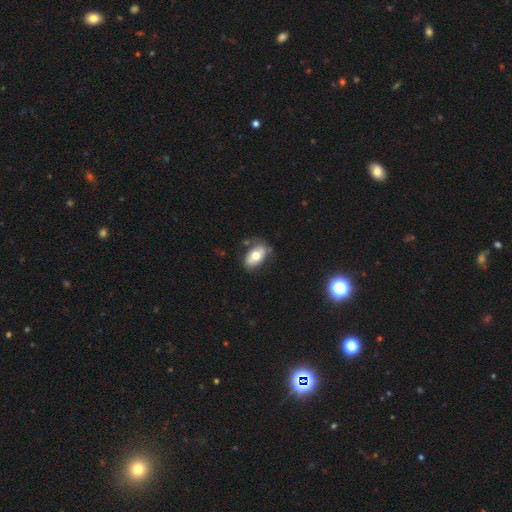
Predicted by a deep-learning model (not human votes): smooth_or_featured: smooth (p=0.66) [alt: featured or disk p=0.28]
how_rounded: in between (p=0.92) [alt: round p=0.07]
merging: none (p=0.67) [alt: minor disturbance p=0.22]